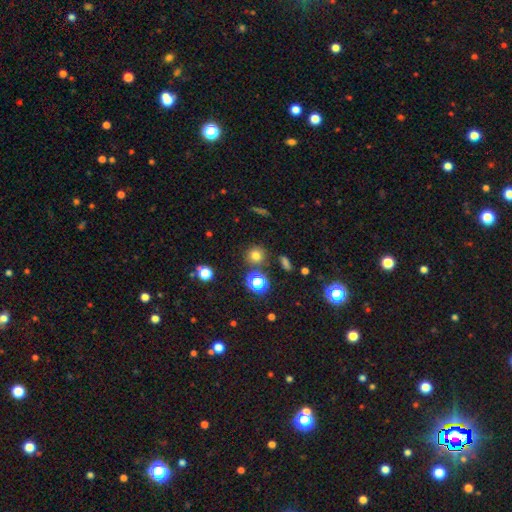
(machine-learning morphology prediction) Smooth or featured? smooth (75%)
How rounded? round (91%)
Merging? none (82%)